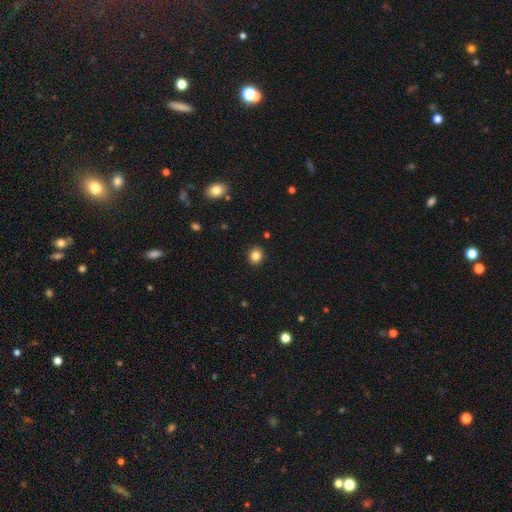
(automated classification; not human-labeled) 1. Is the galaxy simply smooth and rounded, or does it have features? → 83% smooth, 11% star or artifact, 5% featured or disk.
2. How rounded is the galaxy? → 81% round, 18% in between, 1% cigar-shaped.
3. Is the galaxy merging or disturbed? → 92% none, 5% minor disturbance, 2% major disturbance, 1% merger.